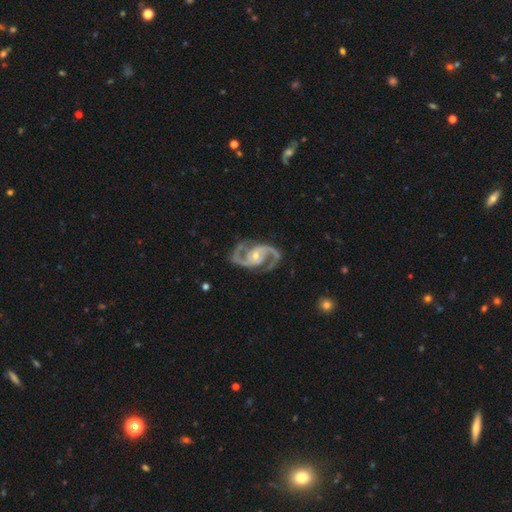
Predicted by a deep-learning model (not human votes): A featured or disk galaxy (94%) with no bar (51%), 2 (94%) medium (65%) spiral arms (99%) and a small central bulge (53%).

Vote fractions:
- Smooth or featured? featured or disk: 94% / star or artifact: 4% / smooth: 2%
- Edge-on disk? no: 98% / yes: 2%
- Bar? no: 51% / weak: 31% / strong: 18%
- Spiral arms? yes: 99% / no: 1%
- Spiral winding? medium: 65% / tight: 18% / loose: 17%
- Spiral arm count? 2: 94% / 3: 2% / can't tell: 1% / 1: 1% / 4: 1% / more than 4: 1%
- Bulge size? small: 53% / moderate: 44% / large: 2% / none: 1% / dominant: 1%
- Merging? none: 81% / minor disturbance: 12% / major disturbance: 5% / merger: 2%